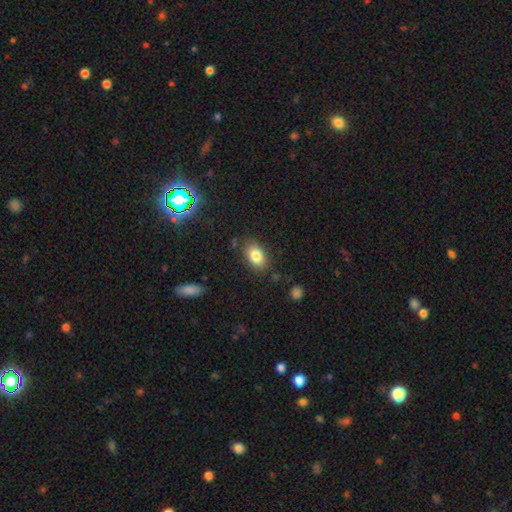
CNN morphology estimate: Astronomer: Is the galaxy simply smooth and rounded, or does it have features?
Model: smooth — 83%.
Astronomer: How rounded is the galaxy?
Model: in between — 86%.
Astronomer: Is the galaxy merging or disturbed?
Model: none — 82%.